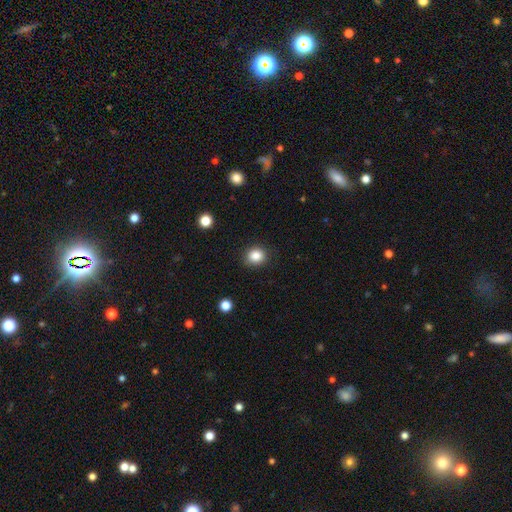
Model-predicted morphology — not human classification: smooth-or-featured: smooth: 86% | star or artifact: 10% | featured or disk: 4%
  how-rounded: round: 74% | in between: 25% | cigar-shaped: 1%
  merging: none: 88% | minor disturbance: 8% | major disturbance: 2% | merger: 1%